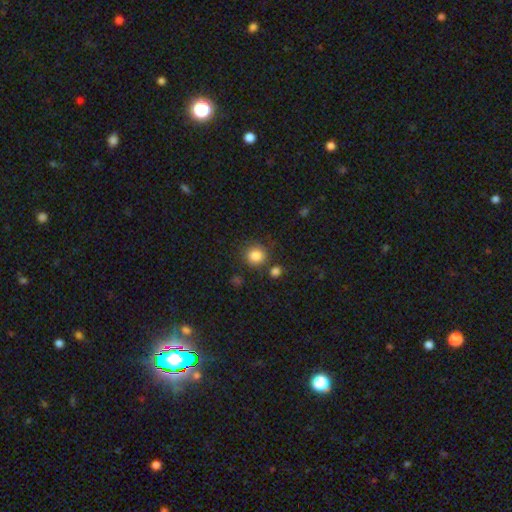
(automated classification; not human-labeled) This is clearly a smooth galaxy (85%). How rounded: clearly round (91%). Merging: likely none (80%).